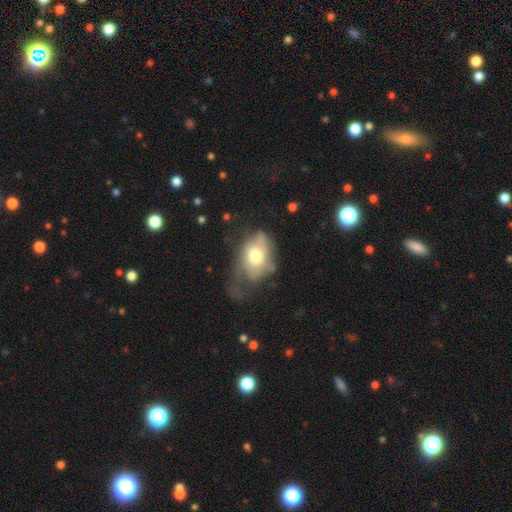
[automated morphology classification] This is possibly a smooth galaxy (57%). How rounded: likely in between (79%). Merging: possibly major disturbance (46%).